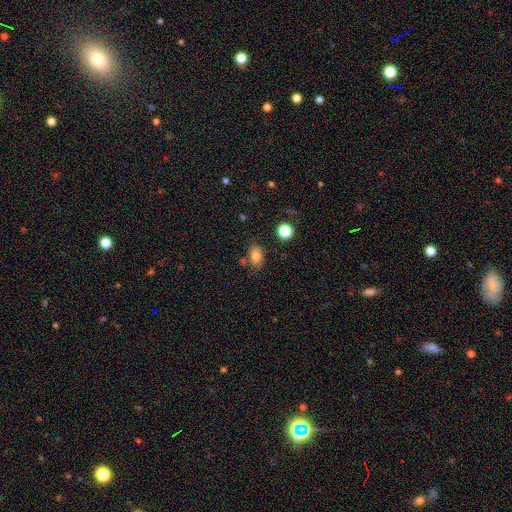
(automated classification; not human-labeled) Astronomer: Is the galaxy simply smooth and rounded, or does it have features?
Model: smooth — 81%.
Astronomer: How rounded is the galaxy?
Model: in between — 83%.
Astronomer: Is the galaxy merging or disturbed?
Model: none — 74%.